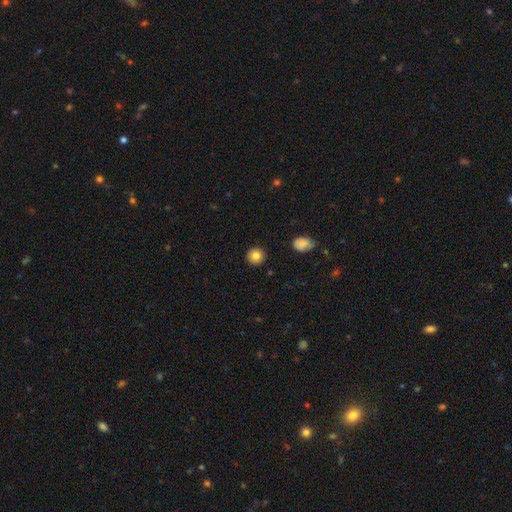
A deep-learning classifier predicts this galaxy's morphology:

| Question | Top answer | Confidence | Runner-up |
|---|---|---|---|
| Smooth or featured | smooth | 84% | star or artifact (10%) |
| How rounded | round | 93% | in between (6%) |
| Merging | none | 91% | minor disturbance (5%) |